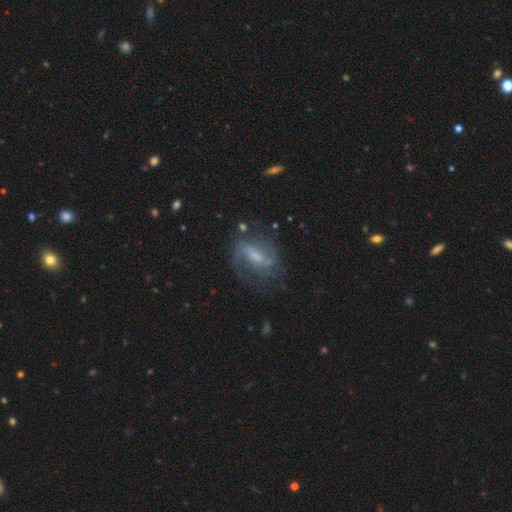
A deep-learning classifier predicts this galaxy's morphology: Q: Smooth or featured?
A: featured or disk (78%); runner-up: smooth (14%)
Q: Edge-on disk?
A: no (95%); runner-up: yes (5%)
Q: Bar?
A: weak (51%); runner-up: strong (30%)
Q: Spiral arms?
A: yes (91%); runner-up: no (9%)
Q: Spiral winding?
A: medium (47%); runner-up: loose (32%)
Q: Spiral arm count?
A: 2 (69%); runner-up: can't tell (15%)
Q: Bulge size?
A: small (42%); runner-up: moderate (35%)
Q: Merging?
A: none (63%); runner-up: minor disturbance (19%)